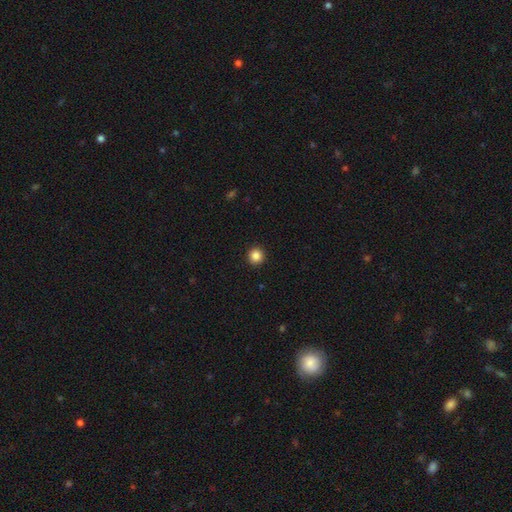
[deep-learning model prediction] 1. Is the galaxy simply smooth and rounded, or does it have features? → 86% smooth, 11% star or artifact, 3% featured or disk.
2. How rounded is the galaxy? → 95% round, 4% in between, 1% cigar-shaped.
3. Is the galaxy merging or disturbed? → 93% none, 4% minor disturbance, 2% major disturbance, 1% merger.